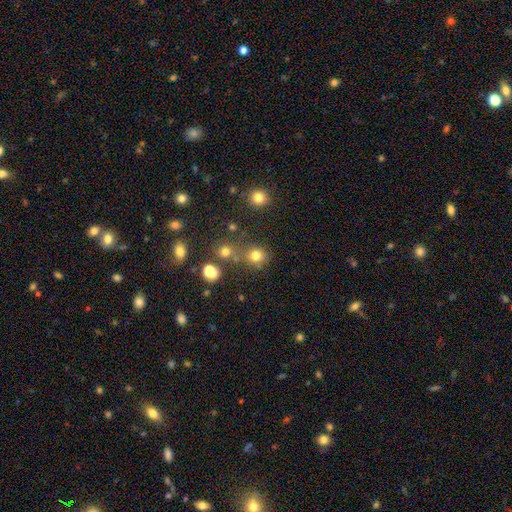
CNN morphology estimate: type=smooth (76%); roundness=round (82%); merging=none (70%).